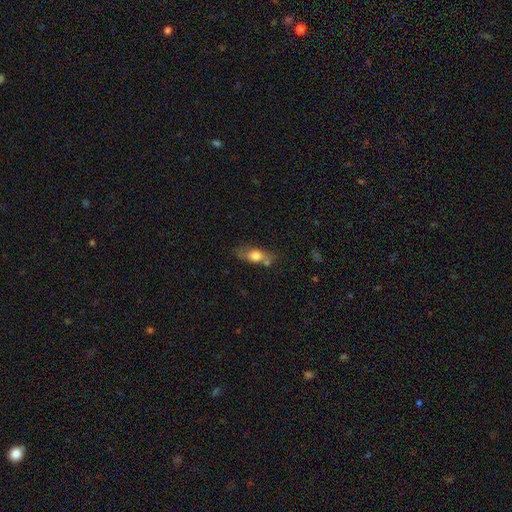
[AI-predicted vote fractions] Smooth or featured? Predicted: smooth (p=0.68). How rounded? Predicted: in between (p=0.69). Merging? Predicted: none (p=0.54).